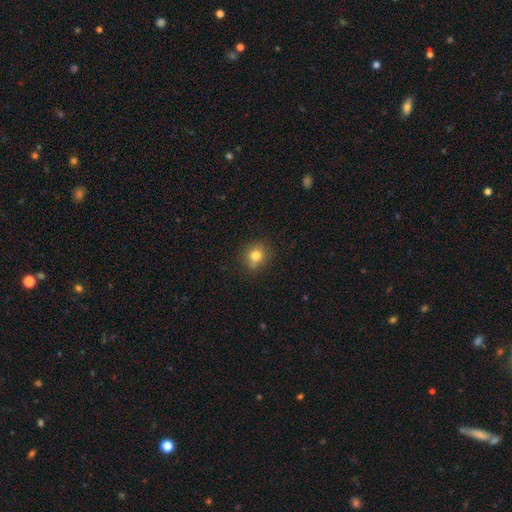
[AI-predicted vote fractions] This appears to be a smooth galaxy with no disk features (80%) that is round (80%). Merging: none (80%).